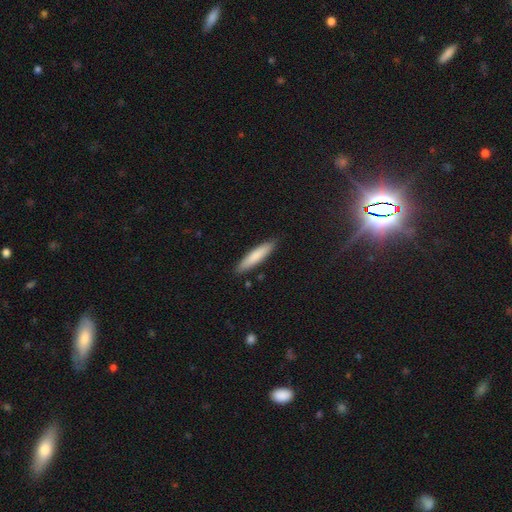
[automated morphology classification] Smooth or featured: smooth — 80% (featured or disk — 15%)
How rounded: cigar-shaped — 86% (in between — 13%)
Merging: none — 88% (minor disturbance — 9%)